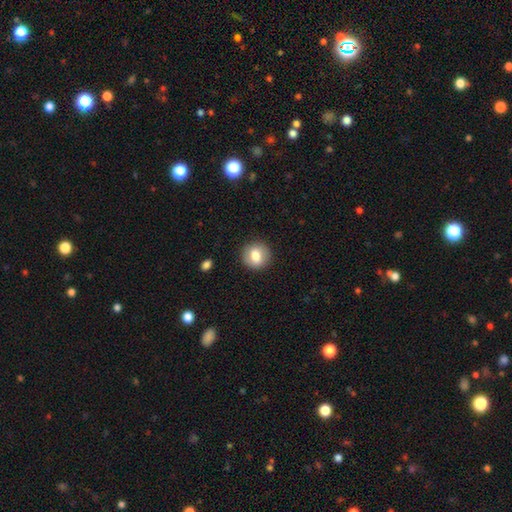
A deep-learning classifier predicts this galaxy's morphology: Smooth or featured?
  - smooth: 74% *
  - featured or disk: 18%
  - star or artifact: 8%
How rounded?
  - round: 83% *
  - in between: 16%
  - cigar-shaped: 1%
Merging?
  - none: 87% *
  - minor disturbance: 9%
  - major disturbance: 3%
  - merger: 1%